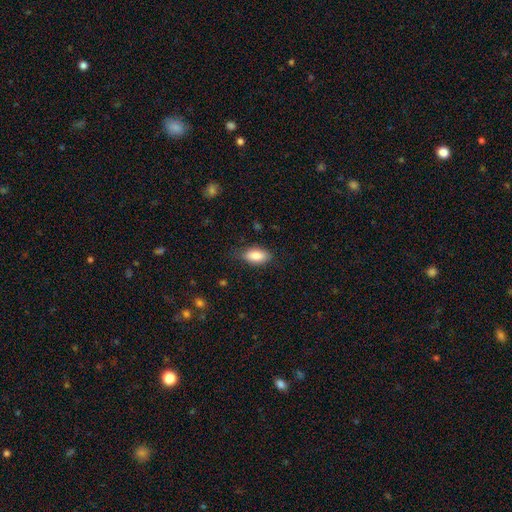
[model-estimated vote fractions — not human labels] Smooth or featured?
  - smooth: 86% *
  - featured or disk: 7%
  - star or artifact: 7%
How rounded?
  - in between: 90% *
  - cigar-shaped: 6%
  - round: 4%
Merging?
  - none: 76% *
  - minor disturbance: 19%
  - major disturbance: 4%
  - merger: 1%